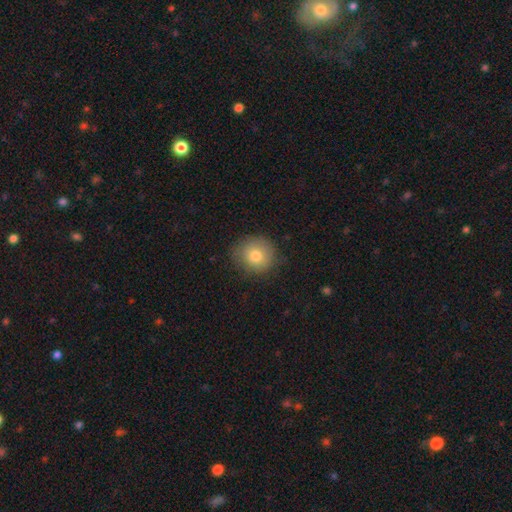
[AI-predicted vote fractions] smooth 79%, featured or disk 11%, star or artifact 10%. Down the decision tree: how rounded — round (85%); merging — none (79%).